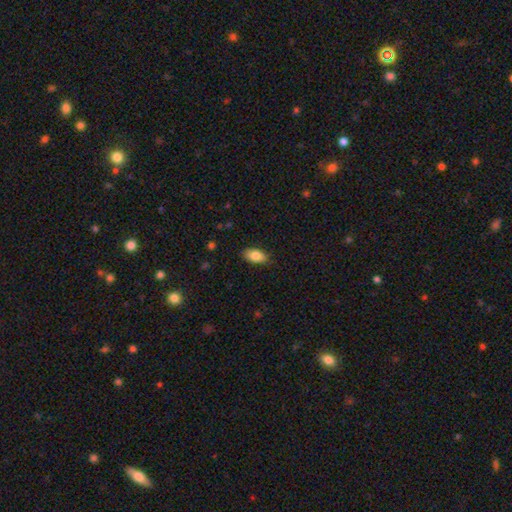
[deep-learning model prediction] Smooth or featured: smooth — 82% (featured or disk — 11%)
How rounded: in between — 92% (round — 5%)
Merging: none — 85% (minor disturbance — 12%)